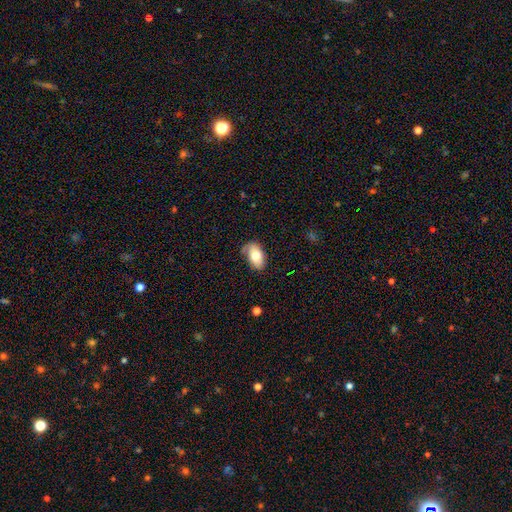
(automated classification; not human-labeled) smooth 70%, featured or disk 23%, star or artifact 7%. Down the decision tree: how rounded — in between (92%); merging — none (61%).